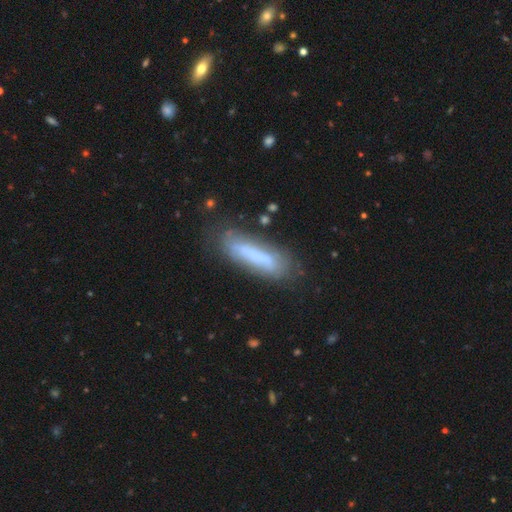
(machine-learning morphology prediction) This is possibly a smooth galaxy (59%). How rounded: likely cigar-shaped (71%). Merging: likely none (67%).